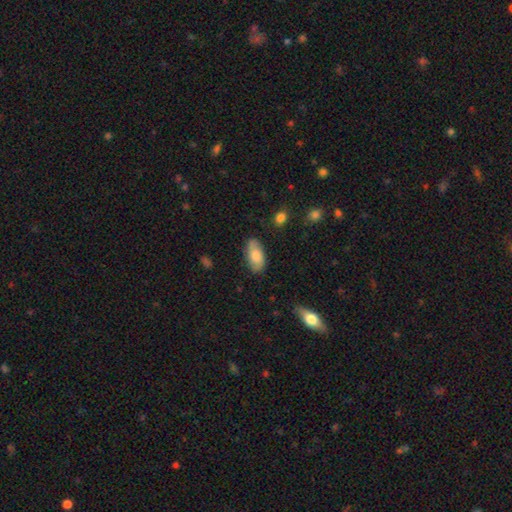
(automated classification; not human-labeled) Overall: smooth (75%). How rounded: in between (93%). Merging: none (79%).